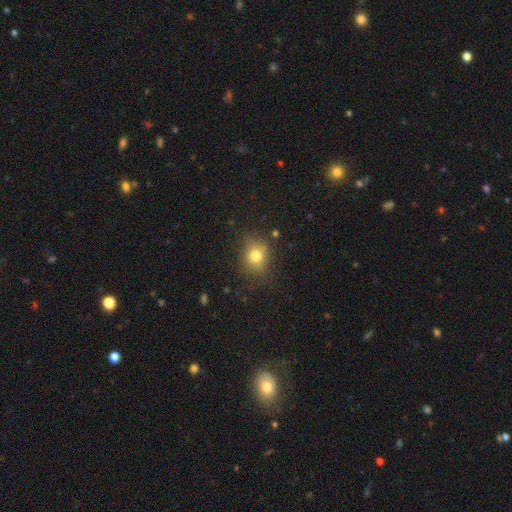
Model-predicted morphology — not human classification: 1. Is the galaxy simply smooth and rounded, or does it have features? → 76% smooth, 12% star or artifact, 12% featured or disk.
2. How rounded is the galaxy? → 59% round, 40% in between, 1% cigar-shaped.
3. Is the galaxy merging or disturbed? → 72% none, 19% minor disturbance, 6% major disturbance, 3% merger.